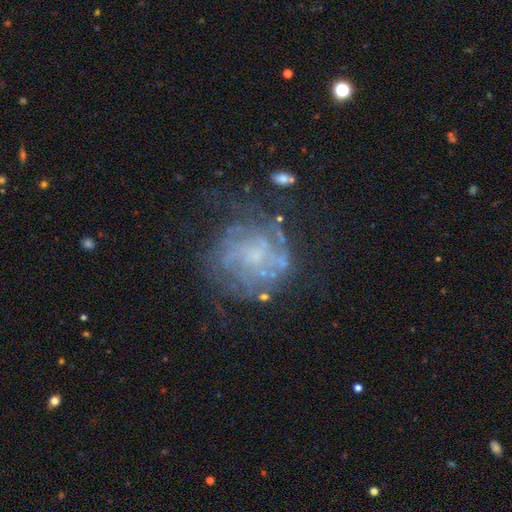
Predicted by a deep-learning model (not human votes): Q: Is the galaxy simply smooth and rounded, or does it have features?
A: featured or disk — 72%.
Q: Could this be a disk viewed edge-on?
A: no — 98%.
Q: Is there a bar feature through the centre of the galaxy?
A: no — 76%.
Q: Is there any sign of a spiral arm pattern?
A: yes — 66%.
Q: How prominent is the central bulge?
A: small — 51%.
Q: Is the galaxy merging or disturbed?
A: none — 60%.